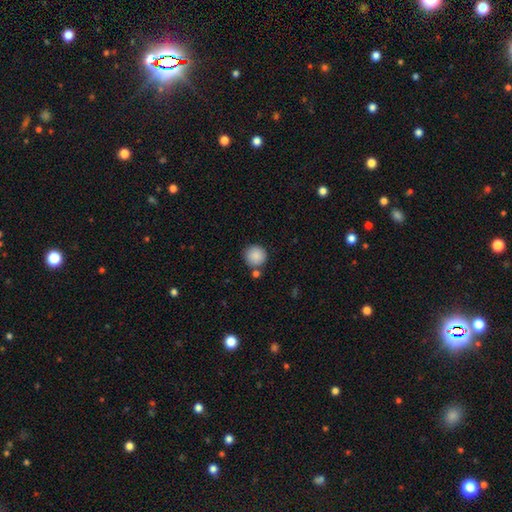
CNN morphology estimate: Q: Smooth or featured?
A: smooth (89%); runner-up: star or artifact (8%)
Q: How rounded?
A: round (94%); runner-up: in between (5%)
Q: Merging?
A: none (79%); runner-up: merger (9%)